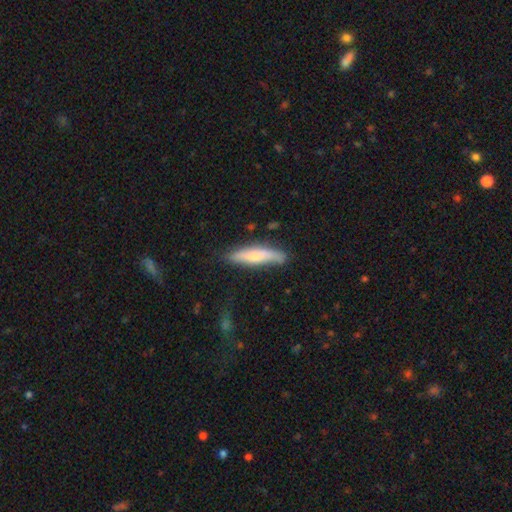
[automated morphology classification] smooth 63%, featured or disk 31%, star or artifact 6%. Down the decision tree: how rounded — cigar-shaped (80%); merging — none (74%).